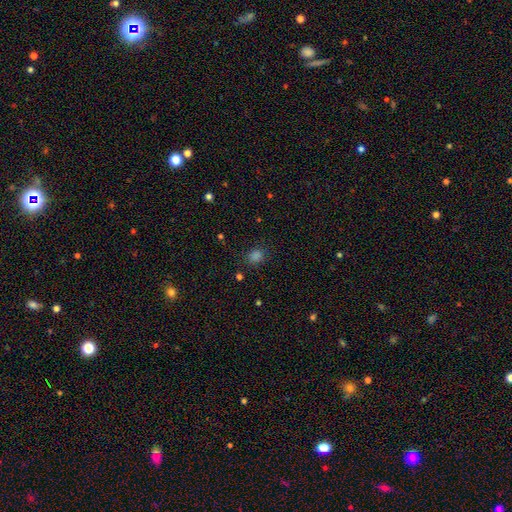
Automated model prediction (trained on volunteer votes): Morphology: type=smooth (77%); roundness=round (63%); merging=none (84%).